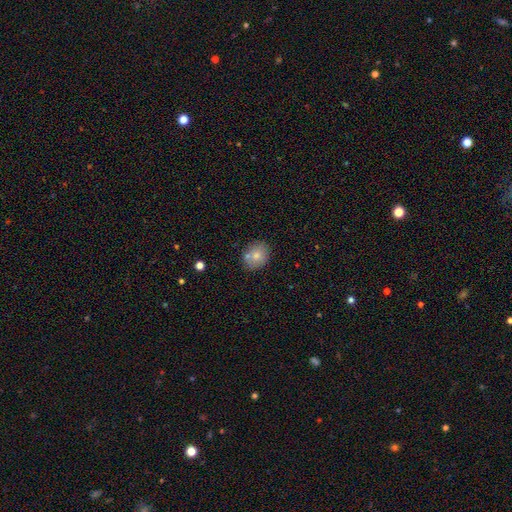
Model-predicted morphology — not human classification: smooth-or-featured: smooth: 76% | featured or disk: 16% | star or artifact: 9%
  how-rounded: round: 57% | in between: 42% | cigar-shaped: 1%
  merging: none: 72% | minor disturbance: 13% | merger: 12% | major disturbance: 3%